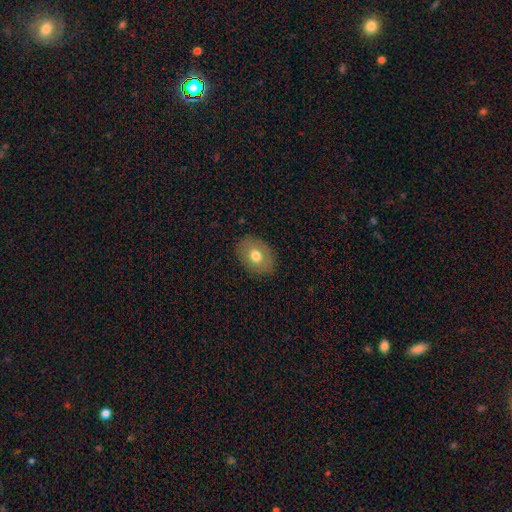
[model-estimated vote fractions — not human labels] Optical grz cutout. It shows a smooth galaxy with no disk features (70%) that is in between round and cigar-shaped (68%). Merging: none (86%).